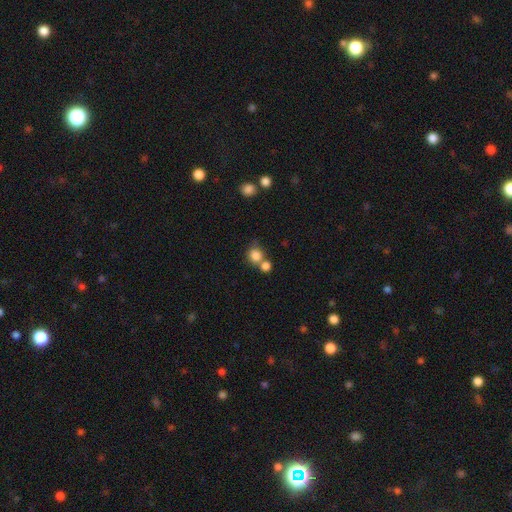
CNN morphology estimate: Smooth or featured: smooth — 82% (star or artifact — 11%)
How rounded: round — 84% (in between — 15%)
Merging: none — 50% (merger — 37%)